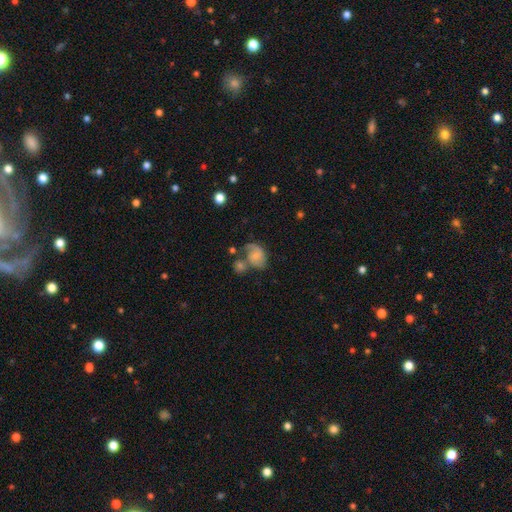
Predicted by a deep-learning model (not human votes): smooth-or-featured: featured or disk: 50% | smooth: 40% | star or artifact: 9%
  disk-edge-on: no: 97% | yes: 3%
  merging: none: 35% | merger: 28% | minor disturbance: 21% | major disturbance: 17%